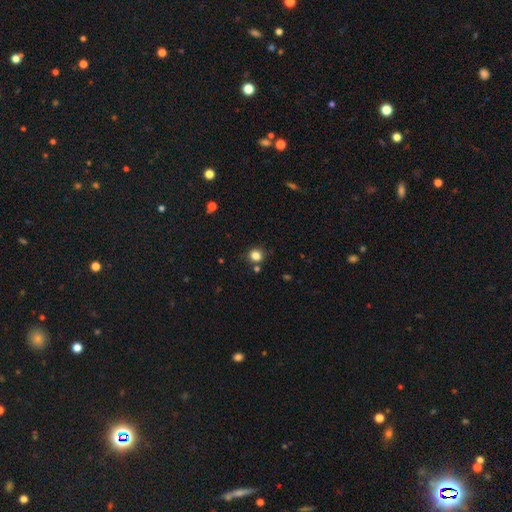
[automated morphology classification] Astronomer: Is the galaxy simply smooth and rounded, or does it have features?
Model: smooth — 81%.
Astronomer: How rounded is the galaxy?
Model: round — 86%.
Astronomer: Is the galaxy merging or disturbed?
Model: none — 81%.